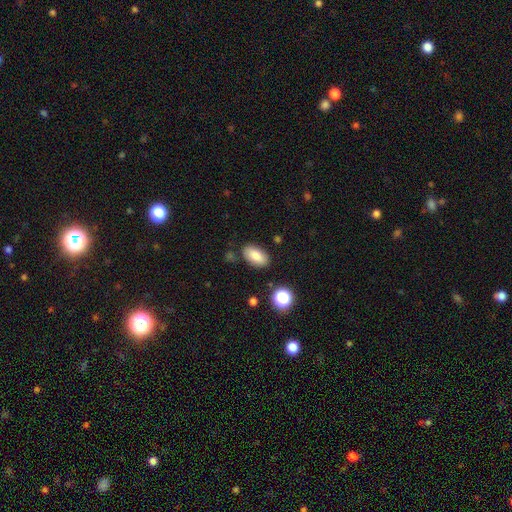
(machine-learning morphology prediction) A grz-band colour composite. It shows a smooth galaxy with no disk features (82%) that is in between round and cigar-shaped (92%). Merging: none (81%).